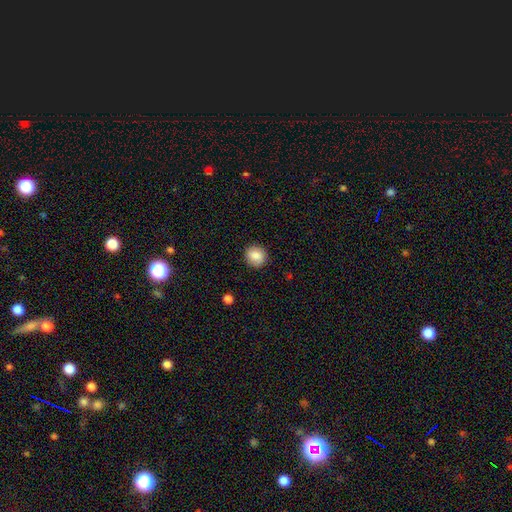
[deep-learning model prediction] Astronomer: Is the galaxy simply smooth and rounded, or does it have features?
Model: smooth — 86%.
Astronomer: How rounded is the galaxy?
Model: round — 85%.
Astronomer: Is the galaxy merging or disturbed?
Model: none — 89%.